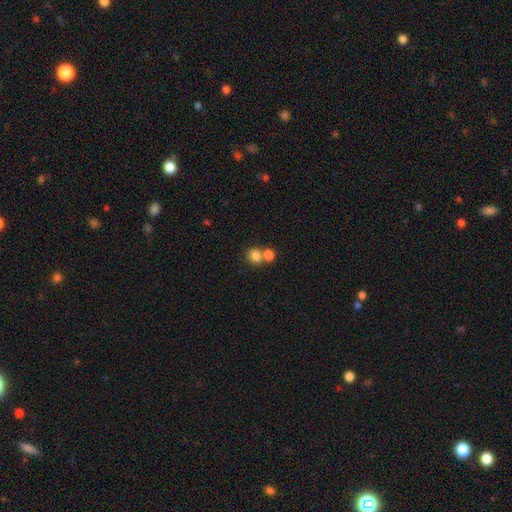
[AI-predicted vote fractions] smooth-or-featured: smooth: 80% | star or artifact: 11% | featured or disk: 9%
  how-rounded: round: 73% | in between: 26% | cigar-shaped: 1%
  merging: merger: 49% | none: 41% | minor disturbance: 7% | major disturbance: 3%